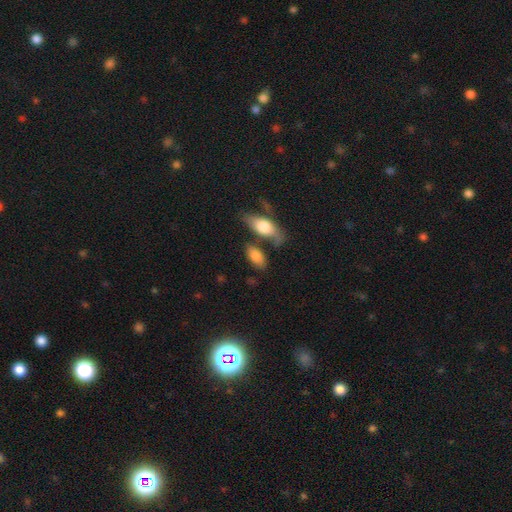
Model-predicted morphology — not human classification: smooth 82%, featured or disk 11%, star or artifact 7%. Down the decision tree: how rounded — in between (89%); merging — none (61%).